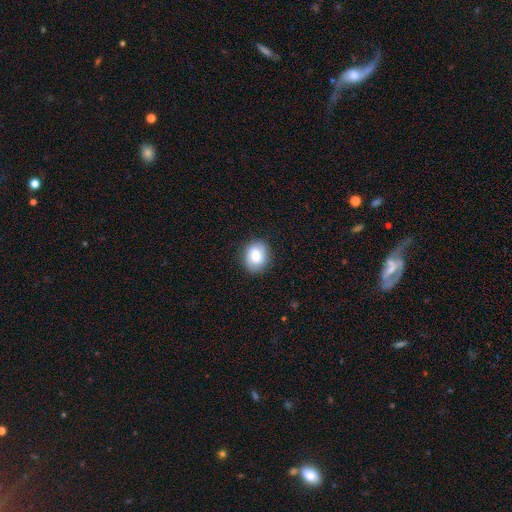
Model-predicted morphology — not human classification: Smooth or featured: smooth — 51% (featured or disk — 40%)
How rounded: round — 57% (in between — 42%)
Merging: none — 85% (minor disturbance — 11%)